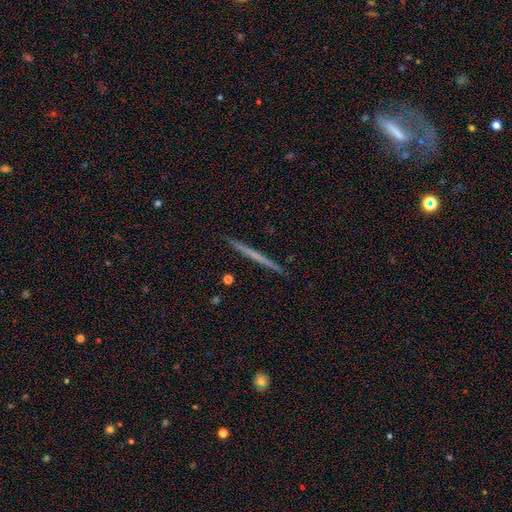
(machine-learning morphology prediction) type=featured or disk (51%); edge-on=yes (98%); merging=none (93%).